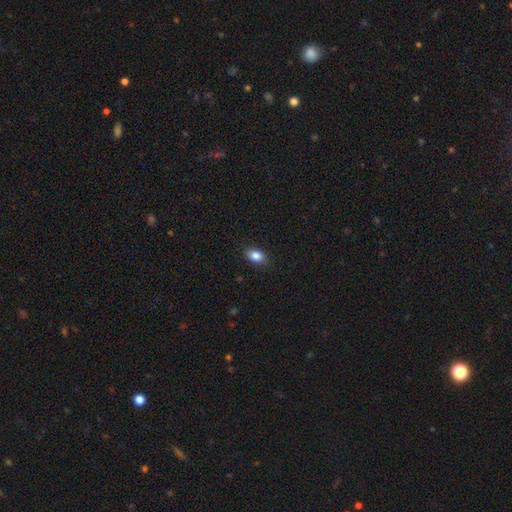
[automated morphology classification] Smooth or featured: smooth — 86% (star or artifact — 9%)
How rounded: in between — 82% (round — 16%)
Merging: none — 87% (minor disturbance — 10%)